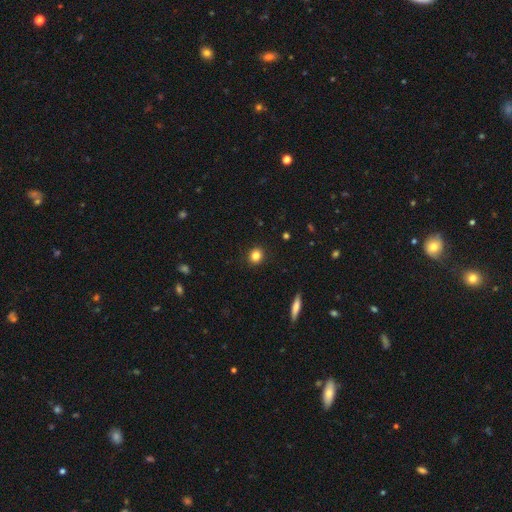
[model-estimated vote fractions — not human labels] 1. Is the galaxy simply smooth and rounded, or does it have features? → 83% smooth, 11% star or artifact, 6% featured or disk.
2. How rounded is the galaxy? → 82% round, 17% in between, 1% cigar-shaped.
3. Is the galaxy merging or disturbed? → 91% none, 6% minor disturbance, 2% major disturbance, 1% merger.